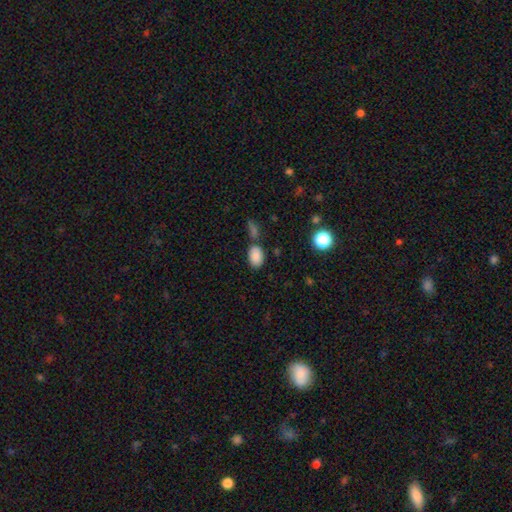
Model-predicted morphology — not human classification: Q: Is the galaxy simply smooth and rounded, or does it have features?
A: smooth — 85%.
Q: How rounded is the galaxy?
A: in between — 89%.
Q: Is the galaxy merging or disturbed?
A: none — 69%.